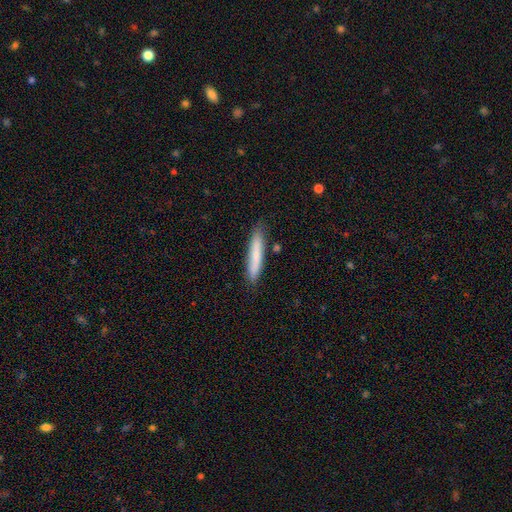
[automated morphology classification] Overall: smooth (76%). How rounded: cigar-shaped (92%). Merging: none (84%).